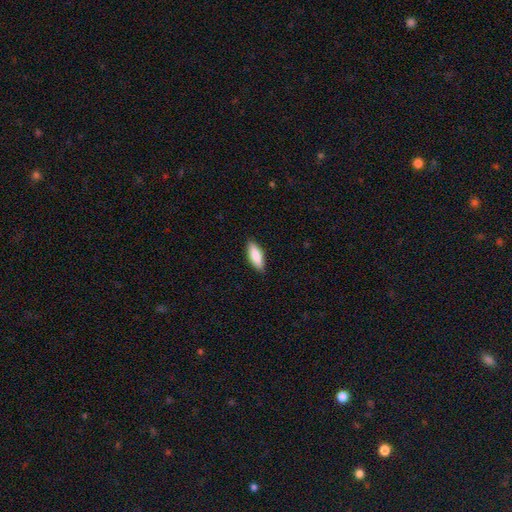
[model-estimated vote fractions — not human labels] smooth 84%, featured or disk 11%, star or artifact 5%. Down the decision tree: how rounded — in between (63%); merging — none (88%).